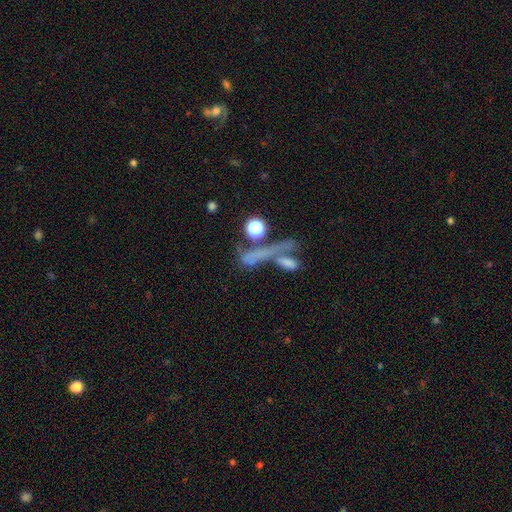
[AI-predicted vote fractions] Smooth or featured? smooth (50%)
Merging? merger (35%, tied with none)